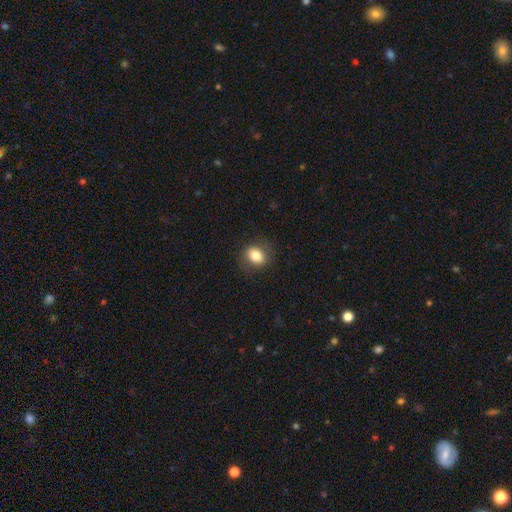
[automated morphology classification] Overall: smooth (82%). How rounded: in between (61%; round 37%). Merging: none (82%).